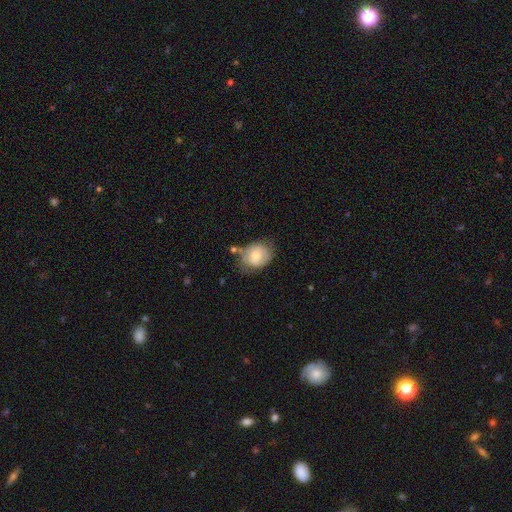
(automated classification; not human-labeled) smooth 63%, featured or disk 30%, star or artifact 7%. Down the decision tree: how rounded — round (51%); merging — none (60%).